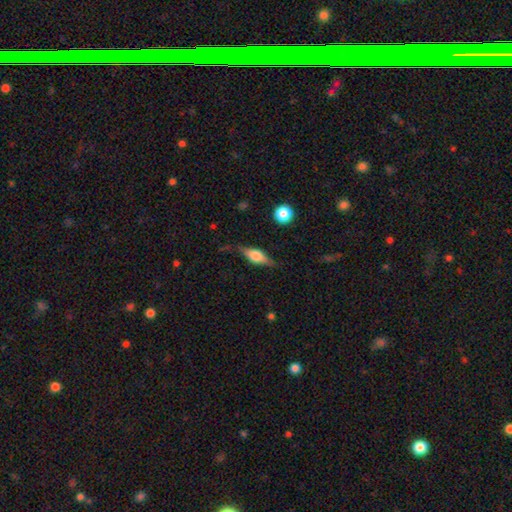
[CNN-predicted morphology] A featured or disk galaxy (54%) viewed edge-on (93%) with a rounded central bulge (86%).

Vote fractions:
- Smooth or featured? featured or disk: 54% / smooth: 39% / star or artifact: 7%
- Edge-on disk? yes: 93% / no: 7%
- Edge-on bulge? rounded: 86% / boxy: 12% / none: 2%
- Merging? none: 76% / minor disturbance: 17% / major disturbance: 5% / merger: 2%